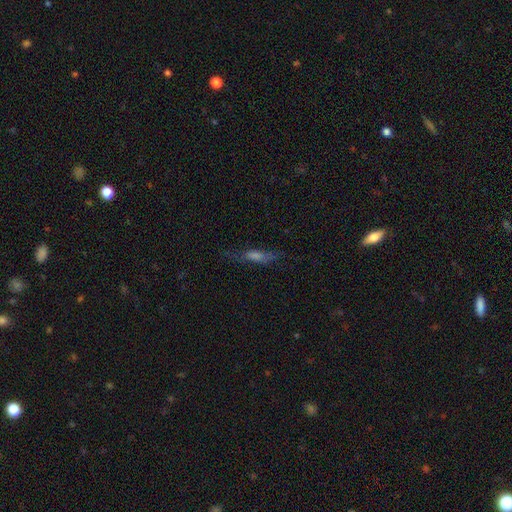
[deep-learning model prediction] Smooth or featured? featured or disk (45%)
Merging? none (64%)